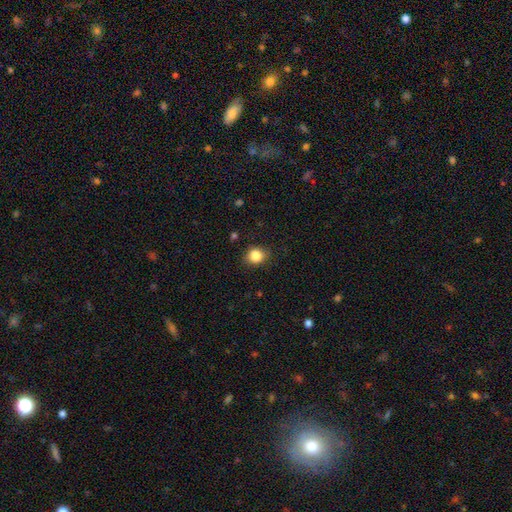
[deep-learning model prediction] smooth 85%, star or artifact 10%, featured or disk 5%. Down the decision tree: how rounded — round (69%); merging — none (79%).